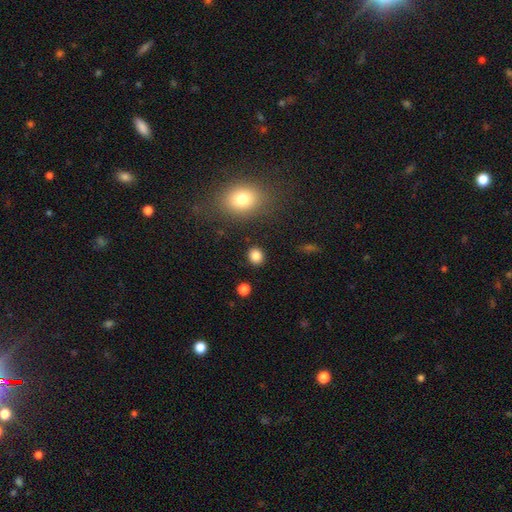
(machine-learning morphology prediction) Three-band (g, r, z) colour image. It shows a smooth galaxy with no disk features (85%) that is round (75%). Merging: none (89%).